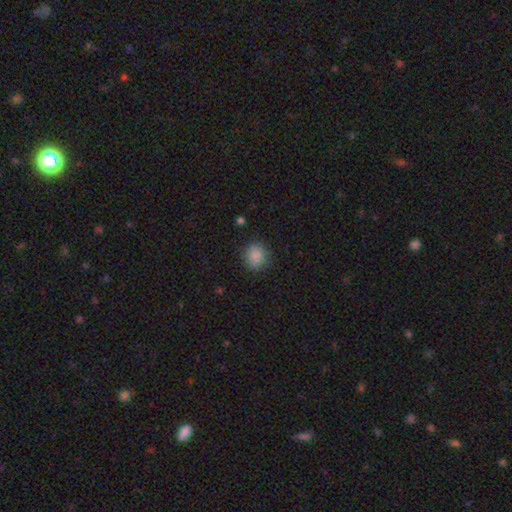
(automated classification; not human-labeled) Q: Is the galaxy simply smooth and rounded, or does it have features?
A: smooth — 85%.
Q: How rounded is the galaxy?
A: round — 82%.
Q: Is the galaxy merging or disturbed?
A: none — 83%.